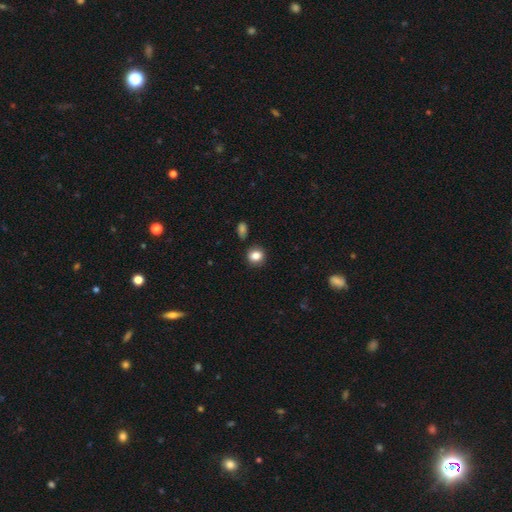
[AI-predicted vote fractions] This is clearly a smooth galaxy (84%). How rounded: likely round (73%). Merging: clearly none (83%).